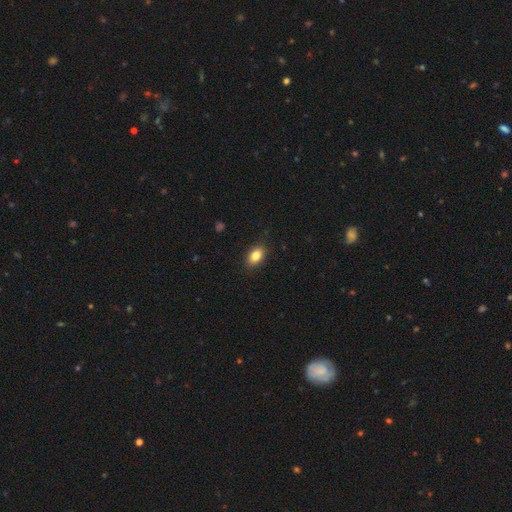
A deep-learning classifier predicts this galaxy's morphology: This appears to be a smooth galaxy with no disk features (84%) that is in between round and cigar-shaped (88%). Merging: none (88%).